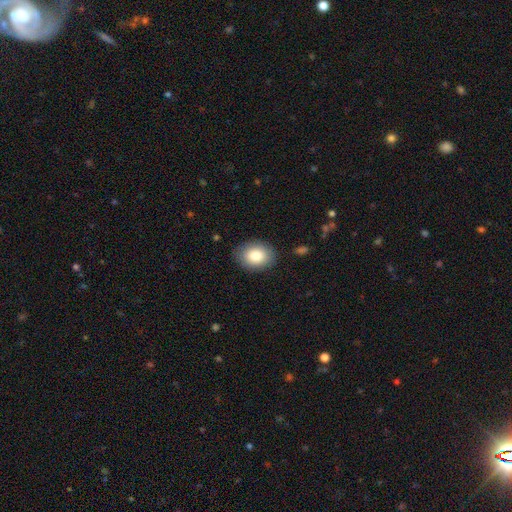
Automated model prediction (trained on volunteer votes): This appears to be a smooth galaxy with no disk features (84%) that is in between round and cigar-shaped (70%). Merging: none (86%).